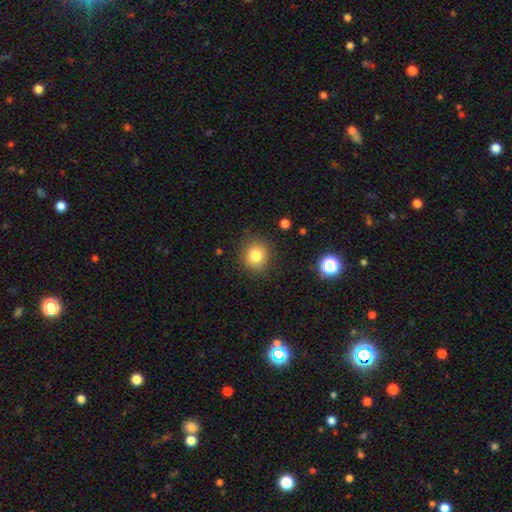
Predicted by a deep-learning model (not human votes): Smooth or featured? Predicted: smooth (p=0.81). How rounded? Predicted: round (p=0.86). Merging? Predicted: none (p=0.88).